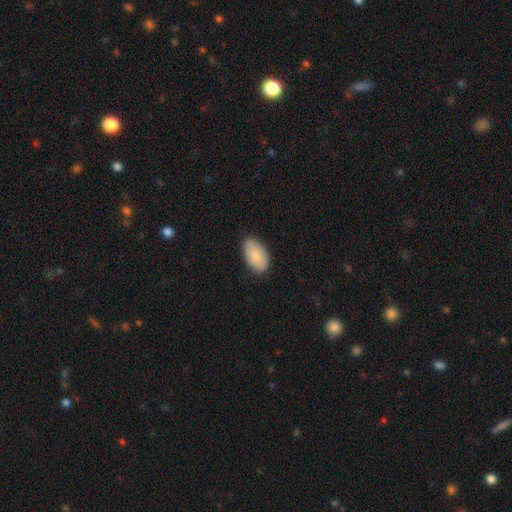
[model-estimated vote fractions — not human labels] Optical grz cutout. It shows a smooth galaxy with no disk features (85%) that is in between round and cigar-shaped (95%). Merging: none (85%).